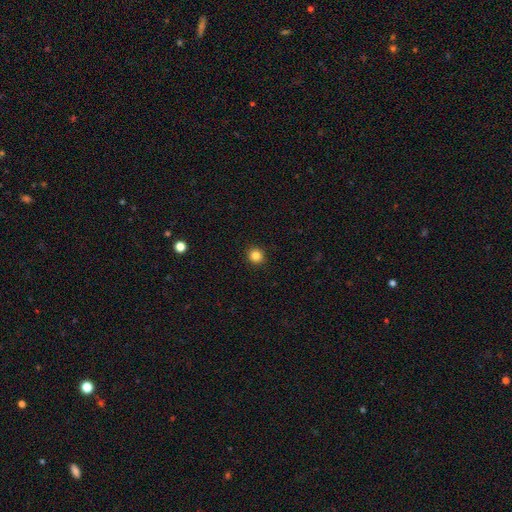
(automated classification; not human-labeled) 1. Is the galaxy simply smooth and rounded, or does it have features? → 84% smooth, 12% star or artifact, 4% featured or disk.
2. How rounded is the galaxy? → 90% round, 9% in between, 1% cigar-shaped.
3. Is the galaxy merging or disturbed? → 93% none, 5% minor disturbance, 2% major disturbance, 1% merger.